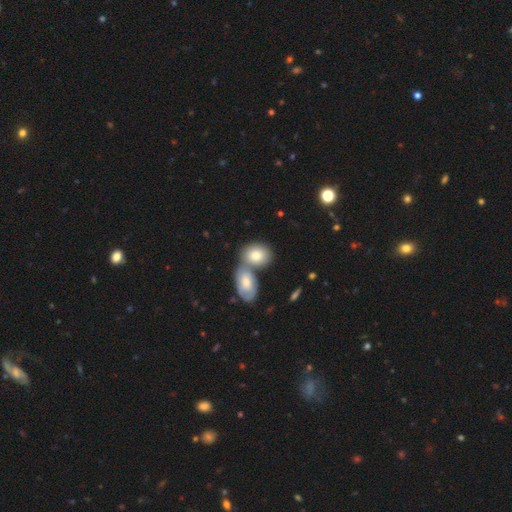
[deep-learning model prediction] smooth_or_featured: smooth (p=0.76) [alt: featured or disk p=0.18]
how_rounded: in between (p=0.66) [alt: round p=0.32]
merging: merger (p=0.57) [alt: none p=0.31]